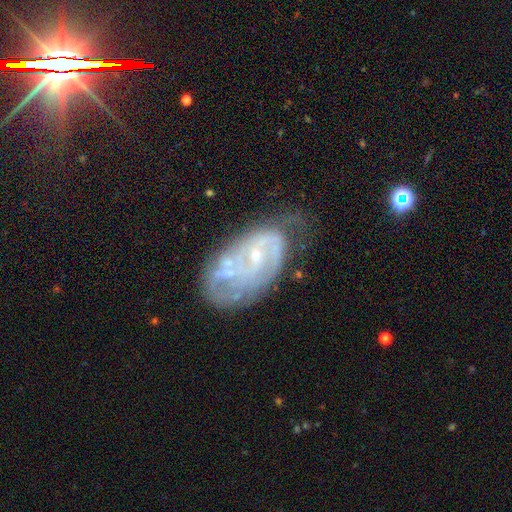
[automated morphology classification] Q: Smooth or featured?
A: featured or disk (78%); runner-up: smooth (14%)
Q: Edge-on disk?
A: no (96%); runner-up: yes (4%)
Q: Bar?
A: no (60%); runner-up: weak (31%)
Q: Spiral arms?
A: yes (76%); runner-up: no (24%)
Q: Spiral winding?
A: tight (48%); runner-up: medium (36%)
Q: Spiral arm count?
A: can't tell (43%); runner-up: 2 (31%)
Q: Bulge size?
A: small (75%); runner-up: moderate (19%)
Q: Merging?
A: none (34%); runner-up: minor disturbance (29%)